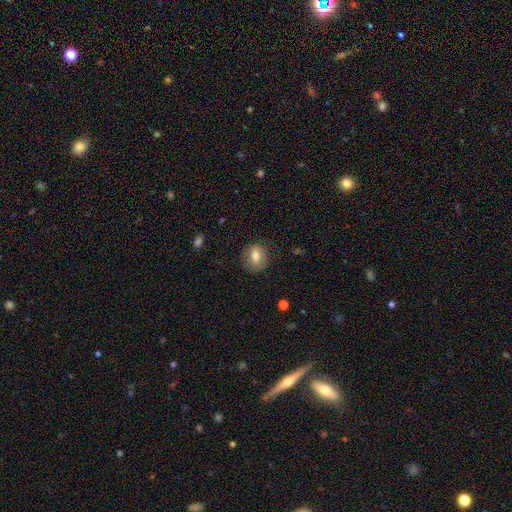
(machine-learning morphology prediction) Smooth or featured: smooth — 68% (featured or disk — 23%)
How rounded: round — 67% (in between — 32%)
Merging: none — 82% (minor disturbance — 13%)